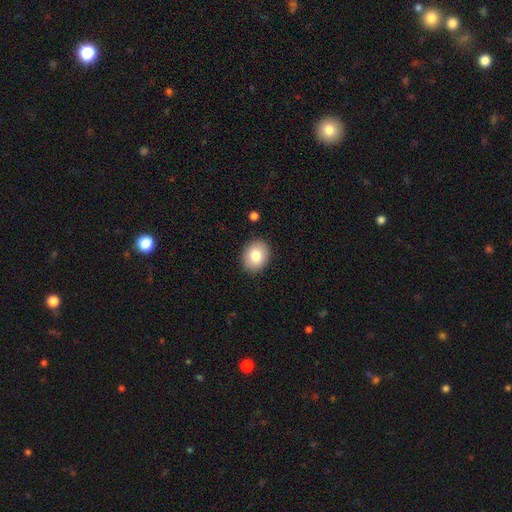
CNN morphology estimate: smooth-or-featured: smooth: 80% | featured or disk: 11% | star or artifact: 9%
  how-rounded: round: 54% | in between: 45% | cigar-shaped: 1%
  merging: none: 89% | minor disturbance: 8% | major disturbance: 2% | merger: 1%